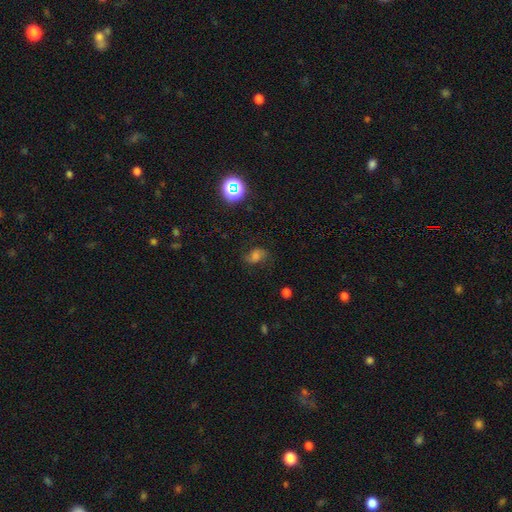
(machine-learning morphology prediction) smooth-or-featured: smooth: 51% | featured or disk: 26% | star or artifact: 23%
  how-rounded: in between: 71% | round: 27% | cigar-shaped: 2%
  merging: none: 66% | minor disturbance: 21% | major disturbance: 11% | merger: 2%